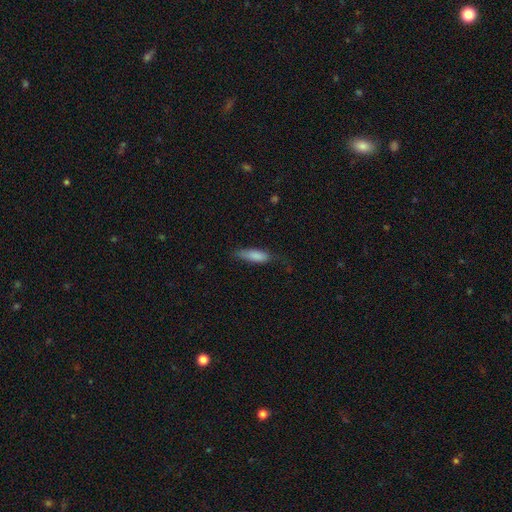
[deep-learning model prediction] smooth-or-featured: smooth: 82% | featured or disk: 11% | star or artifact: 6%
  how-rounded: cigar-shaped: 49% (tied) | in between: 49% (tied) | round: 2%
  merging: none: 62% | minor disturbance: 27% | major disturbance: 9% | merger: 2%